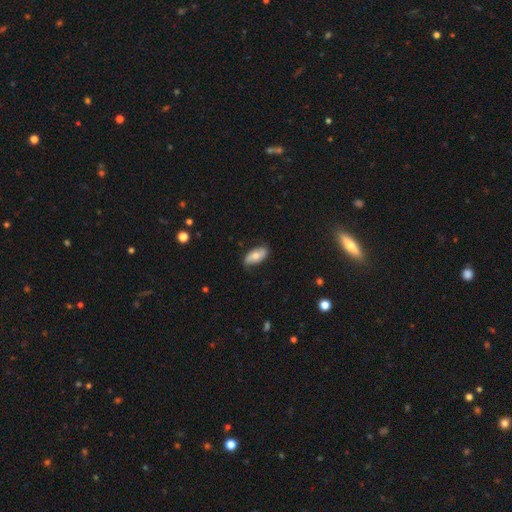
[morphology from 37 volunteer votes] A smooth galaxy with no disk features (54%) that is in between round and cigar-shaped (80%). Merging: none (65%).